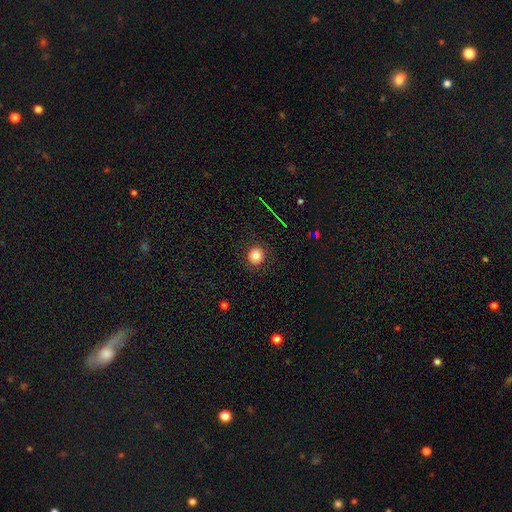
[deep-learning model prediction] Morphology: type=smooth (79%); roundness=round (89%); merging=none (89%).